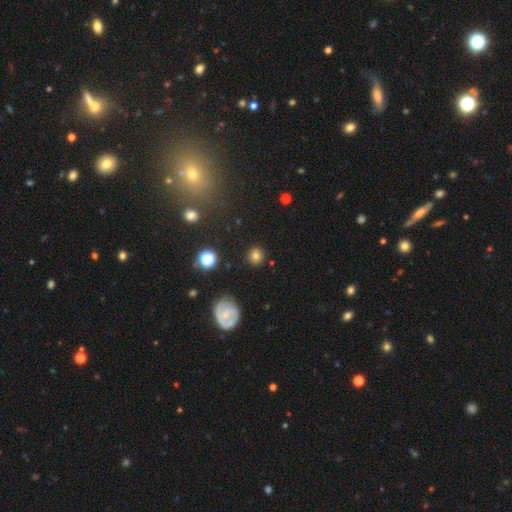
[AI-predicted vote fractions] The model was most divided on "smooth or featured": smooth: 74%, star or artifact: 14%, featured or disk: 12%. More confident: merging — none (87%); how rounded — round (84%).